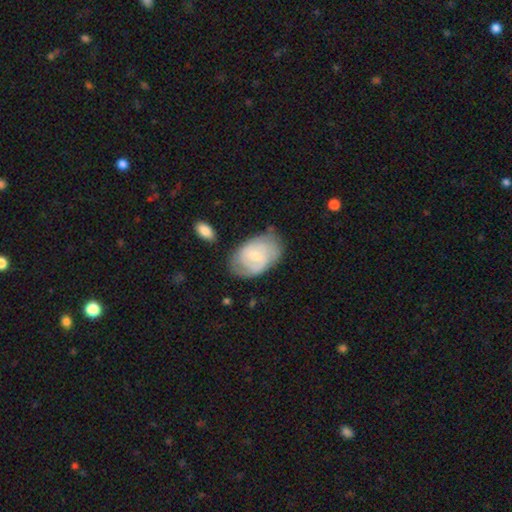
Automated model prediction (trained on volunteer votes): This appears to be a featured or disk galaxy (58%) with a weak bar (47%), spiral arms (81%) and a small central bulge (64%). Merging: none (65%).